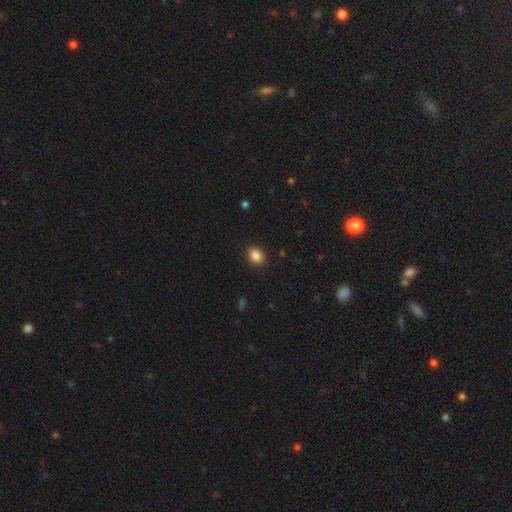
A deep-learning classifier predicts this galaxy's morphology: Smooth or featured?
  - smooth: 87% *
  - star or artifact: 9%
  - featured or disk: 3%
How rounded?
  - in between: 62% *
  - round: 37%
  - cigar-shaped: 1%
Merging?
  - none: 90% *
  - minor disturbance: 7%
  - major disturbance: 2%
  - merger: 1%